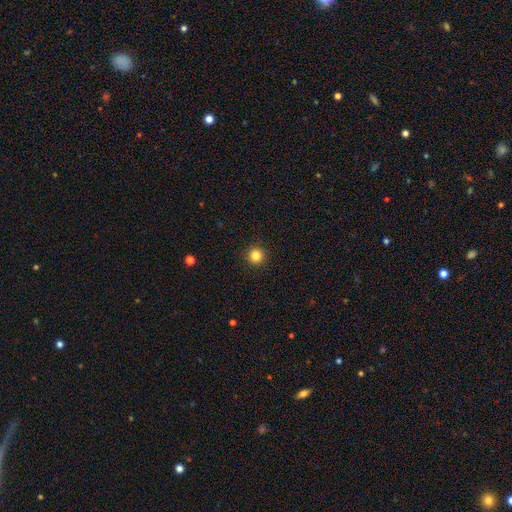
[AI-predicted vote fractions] smooth-or-featured: smooth: 84% | star or artifact: 12% | featured or disk: 4%
  how-rounded: round: 96% | in between: 3% | cigar-shaped: 1%
  merging: none: 93% | minor disturbance: 4% | major disturbance: 2% | merger: 1%